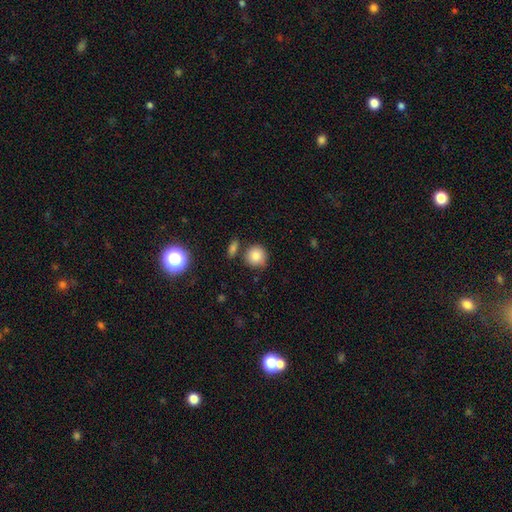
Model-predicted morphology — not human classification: smooth-or-featured: smooth: 84% | star or artifact: 9% | featured or disk: 7%
  how-rounded: round: 90% | in between: 9% | cigar-shaped: 1%
  merging: none: 72% | minor disturbance: 15% | merger: 10% | major disturbance: 4%